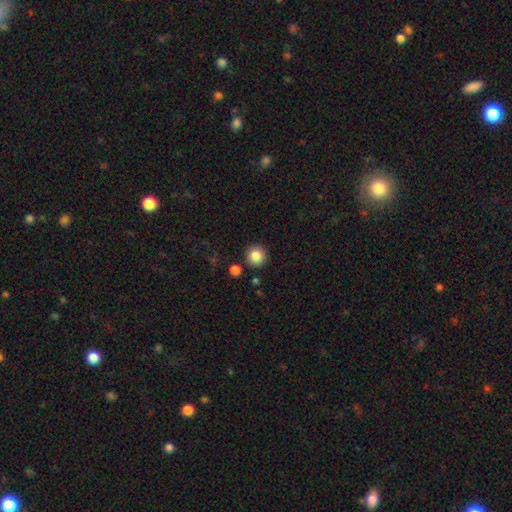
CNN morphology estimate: smooth-or-featured: smooth: 86% | star or artifact: 10% | featured or disk: 5%
  how-rounded: round: 94% | in between: 5% | cigar-shaped: 1%
  merging: none: 89% | minor disturbance: 6% | merger: 3% | major disturbance: 2%